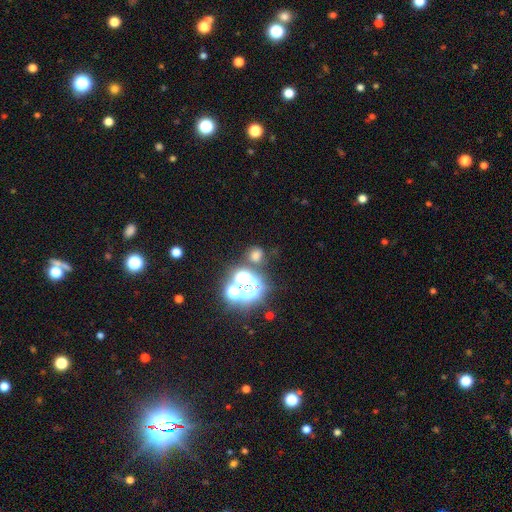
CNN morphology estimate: smooth_or_featured: smooth (p=0.50) [alt: star or artifact p=0.37]
how_rounded: round (p=0.75) [alt: in between p=0.24]
merging: none (p=0.59) [alt: merger p=0.19]